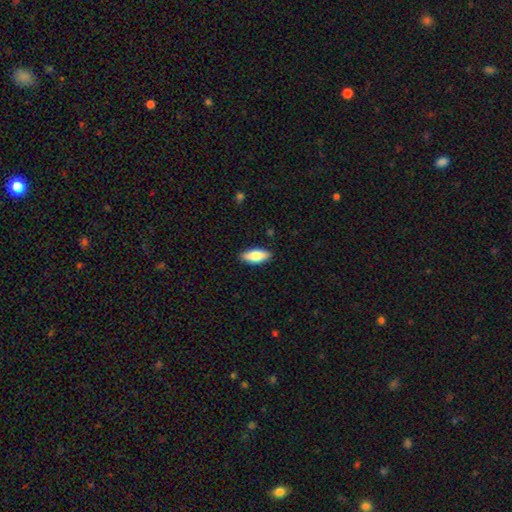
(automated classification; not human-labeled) Q: Smooth or featured?
A: smooth (79%); runner-up: featured or disk (15%)
Q: How rounded?
A: in between (81%); runner-up: cigar-shaped (16%)
Q: Merging?
A: none (89%); runner-up: minor disturbance (9%)